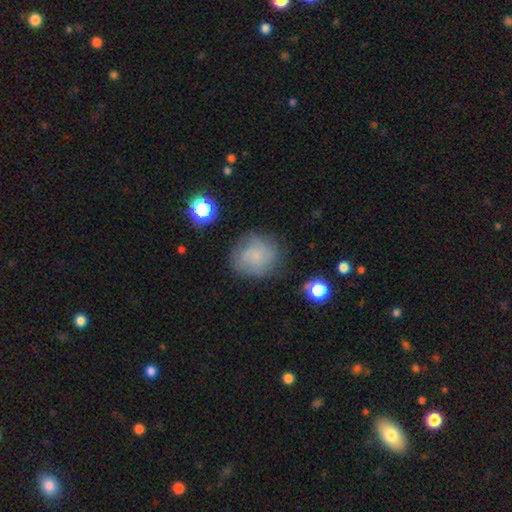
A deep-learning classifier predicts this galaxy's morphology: The model was most divided on "smooth or featured": smooth: 62%, featured or disk: 27%, star or artifact: 11%. More confident: how rounded — round (83%); merging — none (72%).